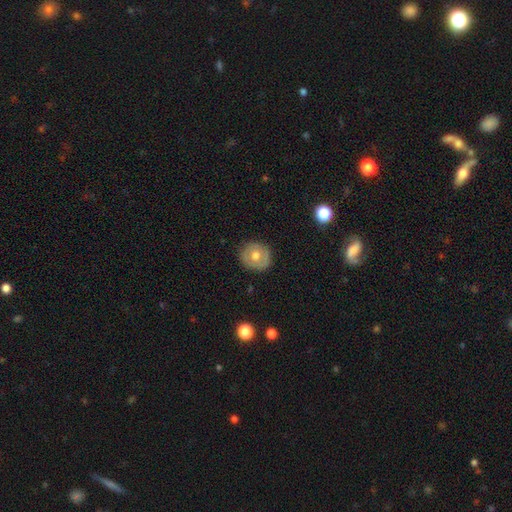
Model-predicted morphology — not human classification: Smooth or featured: smooth — 55% (featured or disk — 38%)
How rounded: round — 84% (in between — 15%)
Merging: none — 86% (minor disturbance — 11%)